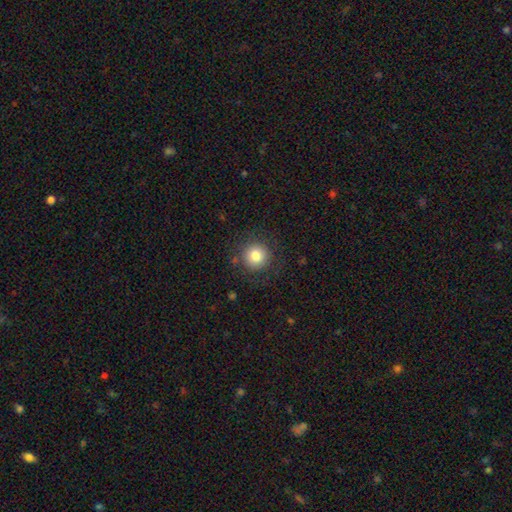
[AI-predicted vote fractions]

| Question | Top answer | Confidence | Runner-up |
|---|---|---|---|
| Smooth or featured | smooth | 81% | star or artifact (10%) |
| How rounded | round | 94% | in between (5%) |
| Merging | none | 85% | minor disturbance (9%) |